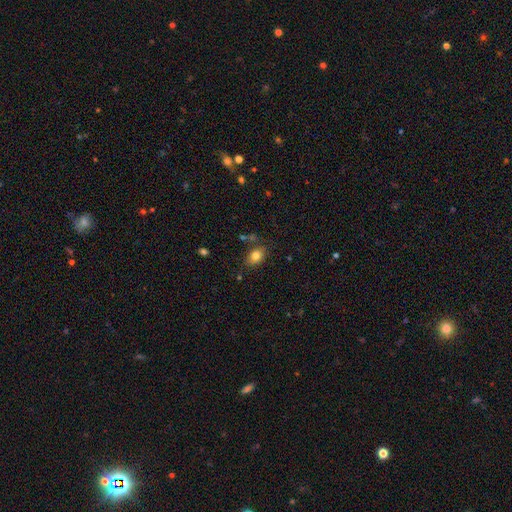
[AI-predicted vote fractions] Smooth or featured? smooth (80%)
How rounded? in between (76%)
Merging? none (76%)